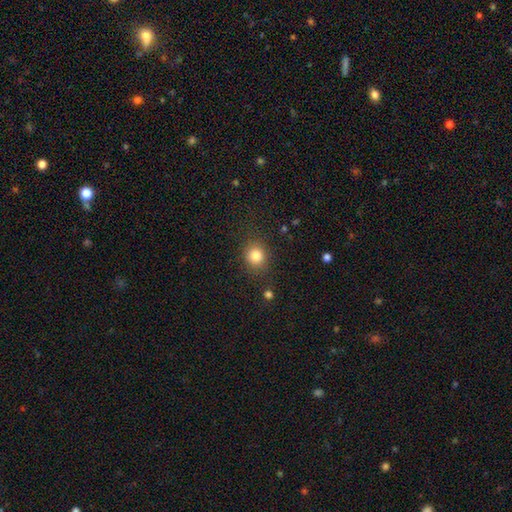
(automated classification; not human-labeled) Overall: smooth (83%). How rounded: round (79%). Merging: none (83%).